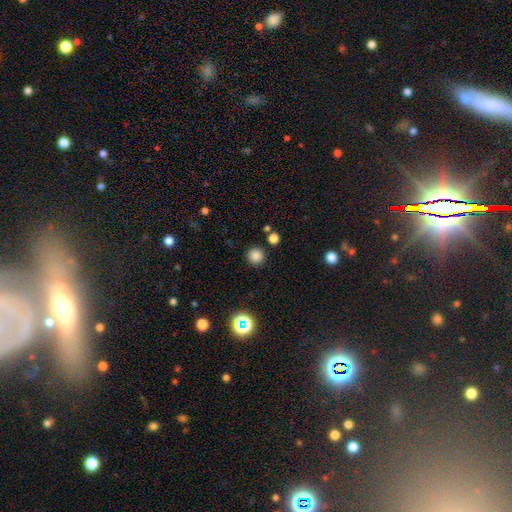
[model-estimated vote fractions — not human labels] A smooth galaxy with no disk features (82%) that is round (95%).

Vote fractions:
- Smooth or featured? smooth: 82% / star or artifact: 14% / featured or disk: 4%
- How rounded? round: 95% / in between: 4% / cigar-shaped: 1%
- Merging? none: 88% / minor disturbance: 6% / merger: 3% / major disturbance: 2%